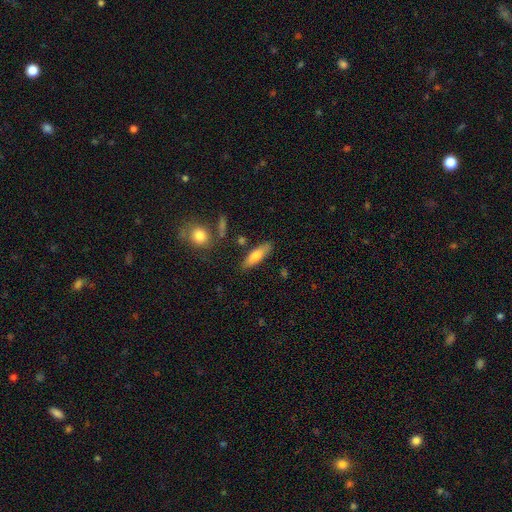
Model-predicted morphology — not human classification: Overall: smooth (72%). How rounded: cigar-shaped (55%; in between 43%). Merging: none (81%).